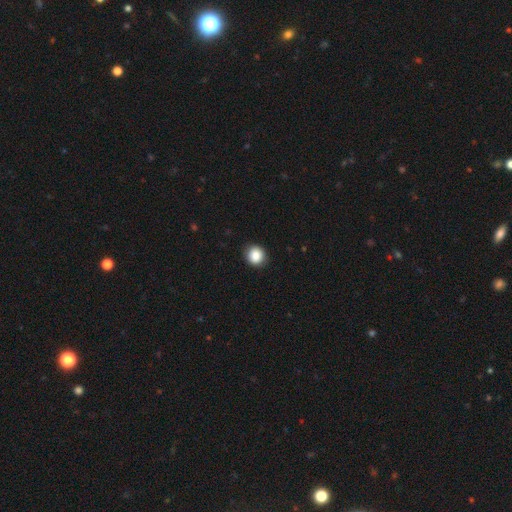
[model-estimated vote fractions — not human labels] This appears to be a smooth galaxy with no disk features (87%) that is round (86%). Merging: none (89%).